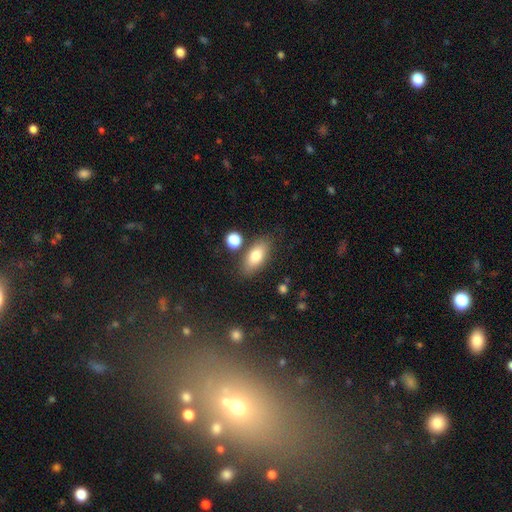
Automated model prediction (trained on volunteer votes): This appears to be a smooth galaxy with no disk features (79%) that is in between round and cigar-shaped (85%). Merging: none (78%).